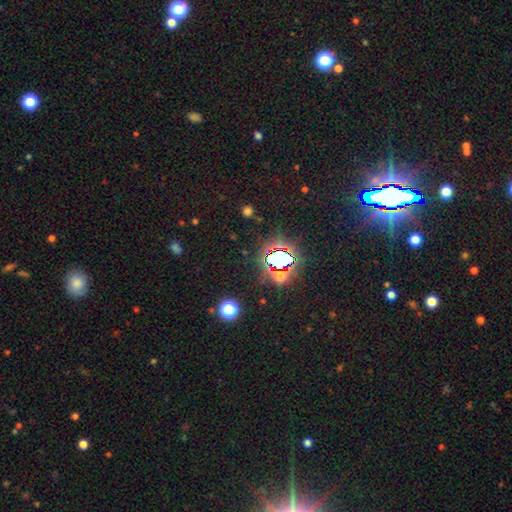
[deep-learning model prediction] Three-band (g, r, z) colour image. It shows a star or artifact, not a galaxy (82%).